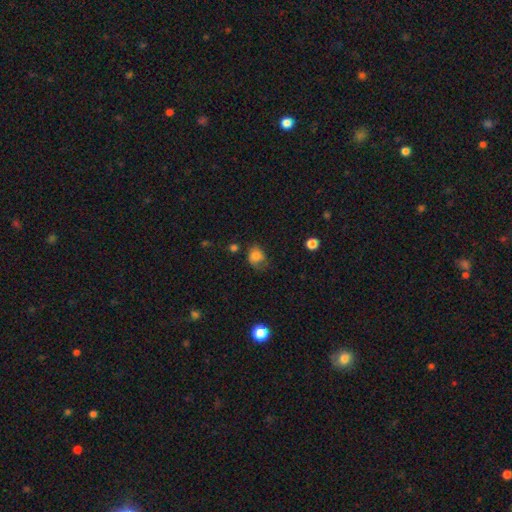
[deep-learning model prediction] smooth_or_featured: smooth (p=0.79) [alt: star or artifact p=0.12]
how_rounded: round (p=0.58) [alt: in between p=0.42]
merging: none (p=0.45) [alt: minor disturbance p=0.34]